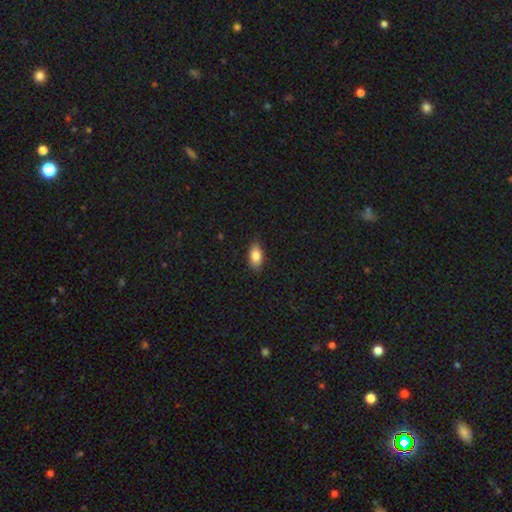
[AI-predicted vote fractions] smooth 84%, featured or disk 9%, star or artifact 7%. Down the decision tree: how rounded — in between (89%); merging — none (85%).